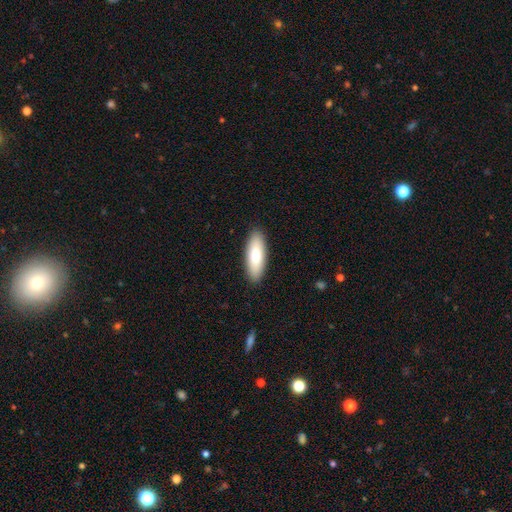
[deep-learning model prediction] A smooth galaxy with no disk features (81%) that is in between round and cigar-shaped (64%).

Vote fractions:
- Smooth or featured? smooth: 81% / featured or disk: 14% / star or artifact: 5%
- How rounded? in between: 64% / cigar-shaped: 34% / round: 2%
- Merging? none: 90% / minor disturbance: 7% / major disturbance: 2% / merger: 1%